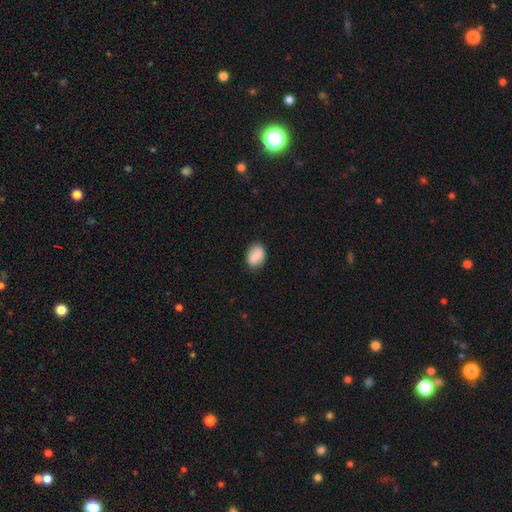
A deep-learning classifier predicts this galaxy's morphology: This appears to be a smooth galaxy with no disk features (84%) that is in between round and cigar-shaped (77%). Merging: none (83%).